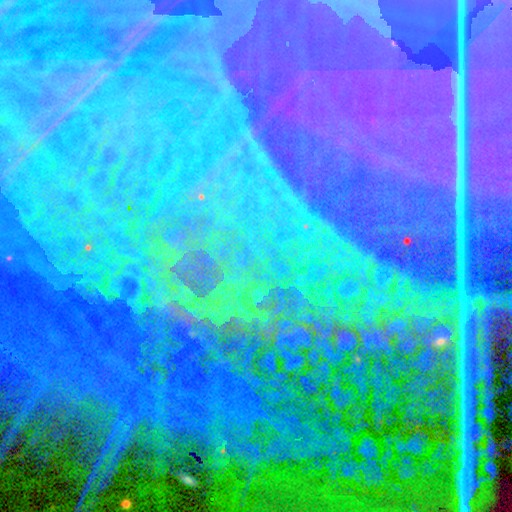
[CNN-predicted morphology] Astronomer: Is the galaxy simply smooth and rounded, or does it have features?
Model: star or artifact — 87%.